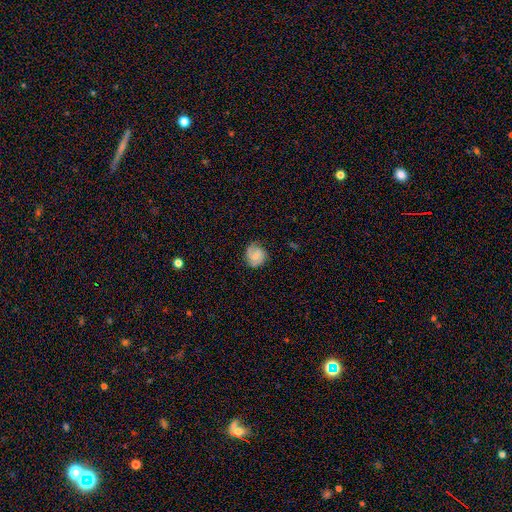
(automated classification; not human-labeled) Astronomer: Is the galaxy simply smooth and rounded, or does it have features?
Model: smooth — 60%.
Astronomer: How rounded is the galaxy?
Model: round — 81%.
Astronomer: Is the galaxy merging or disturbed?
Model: none — 72%.